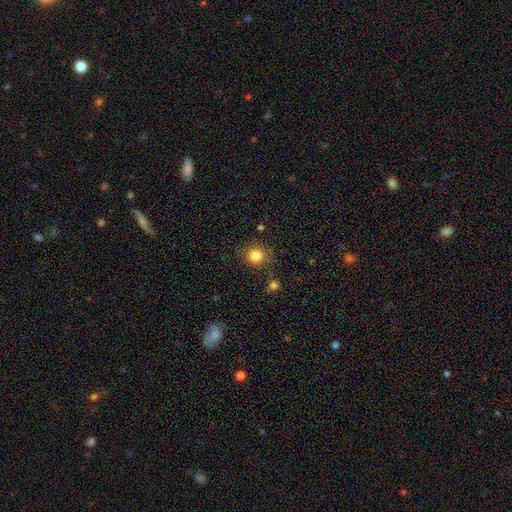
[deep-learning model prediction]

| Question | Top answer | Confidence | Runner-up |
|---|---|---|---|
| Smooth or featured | smooth | 82% | star or artifact (12%) |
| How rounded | round | 93% | in between (6%) |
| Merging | none | 82% | minor disturbance (11%) |